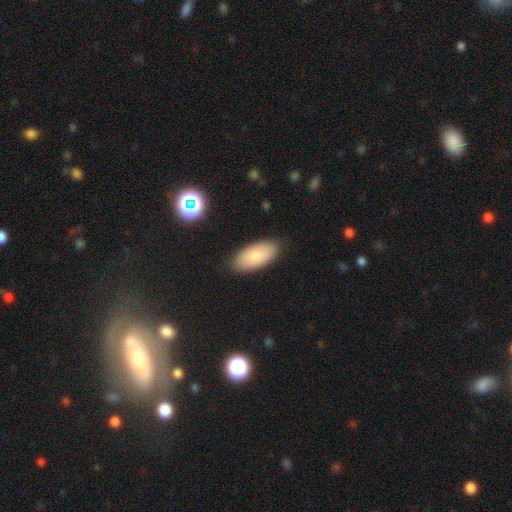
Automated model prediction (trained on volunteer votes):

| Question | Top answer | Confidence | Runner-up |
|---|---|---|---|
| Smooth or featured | smooth | 82% | featured or disk (10%) |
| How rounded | in between | 91% | cigar-shaped (7%) |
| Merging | none | 85% | minor disturbance (11%) |